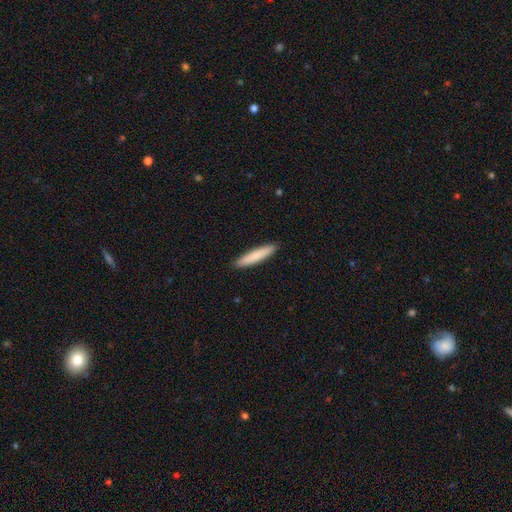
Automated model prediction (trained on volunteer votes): smooth 82%, featured or disk 13%, star or artifact 5%. Down the decision tree: how rounded — cigar-shaped (91%); merging — none (92%).